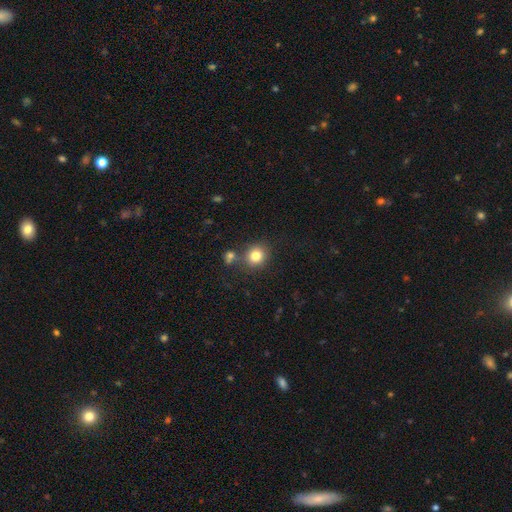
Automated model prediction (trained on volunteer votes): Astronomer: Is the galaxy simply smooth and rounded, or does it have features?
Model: smooth — 81%.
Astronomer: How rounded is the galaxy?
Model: round — 82%.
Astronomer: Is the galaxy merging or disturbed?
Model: none — 72%.